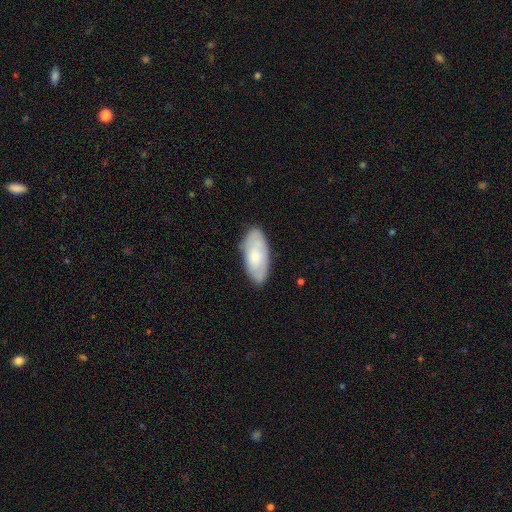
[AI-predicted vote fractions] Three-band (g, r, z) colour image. It shows a smooth galaxy with no disk features (61%) that is in between round and cigar-shaped (89%). Merging: none (80%).